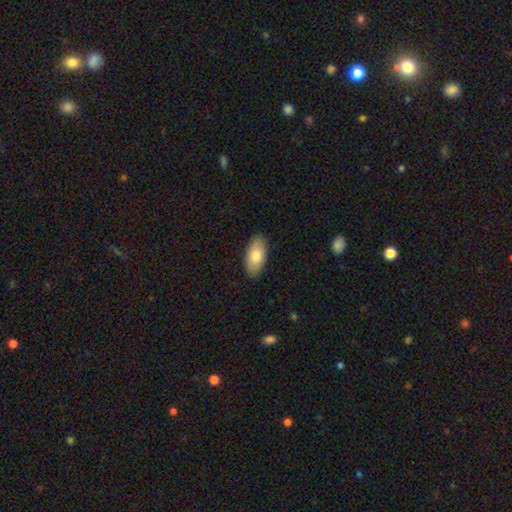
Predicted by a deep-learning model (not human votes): Smooth or featured?
  - smooth: 79% *
  - featured or disk: 15%
  - star or artifact: 6%
How rounded?
  - in between: 92% *
  - cigar-shaped: 5%
  - round: 3%
Merging?
  - none: 88% *
  - minor disturbance: 9%
  - major disturbance: 2%
  - merger: 1%